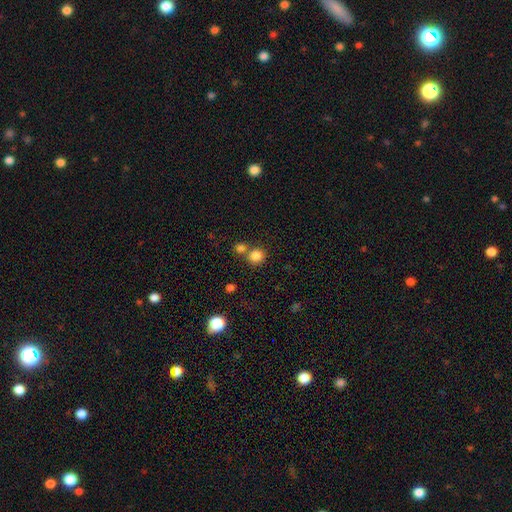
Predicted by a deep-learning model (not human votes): The model was most divided on "merging": none: 60%, merger: 30%, minor disturbance: 7%, major disturbance: 3%. More confident: how rounded — round (87%); smooth or featured — smooth (83%).